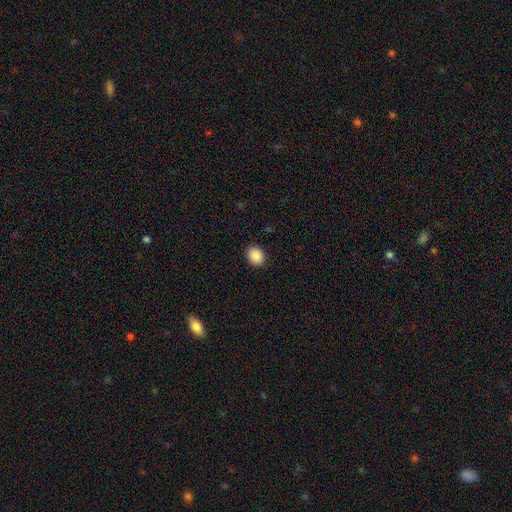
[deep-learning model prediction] A smooth galaxy with no disk features (89%) that is round (62%). Merging: none (90%).